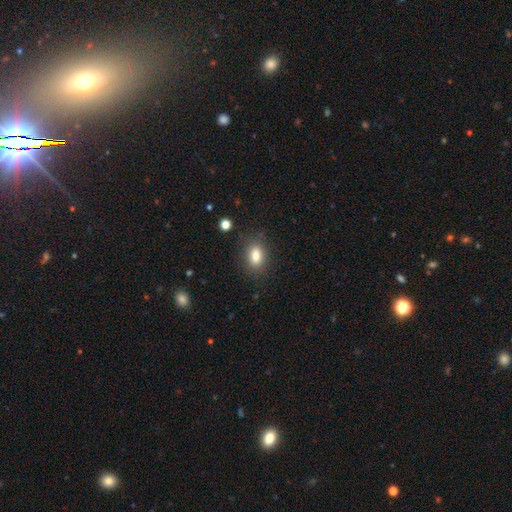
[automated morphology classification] type=smooth (83%); roundness=in between (80%); merging=none (83%).